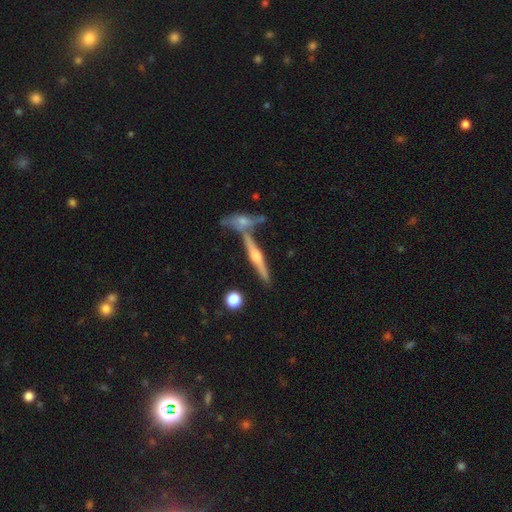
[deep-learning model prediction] This is likely a featured or disk galaxy (79%). It is clearly viewed edge-on (97%). Edge-on bulge: clearly rounded (90%). Merging: likely none (72%).